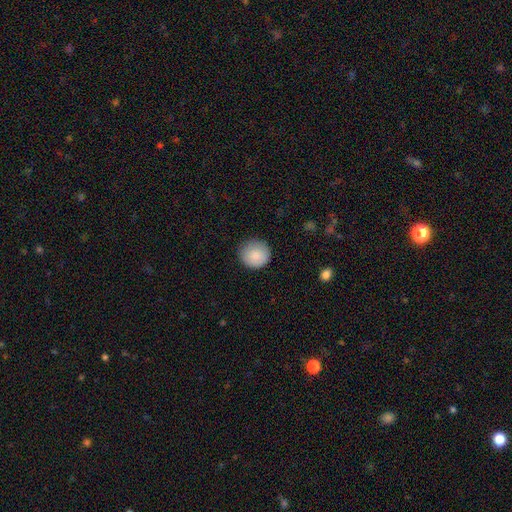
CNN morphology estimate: Q: Smooth or featured?
A: smooth (86%); runner-up: featured or disk (7%)
Q: How rounded?
A: round (91%); runner-up: in between (8%)
Q: Merging?
A: none (85%); runner-up: minor disturbance (12%)